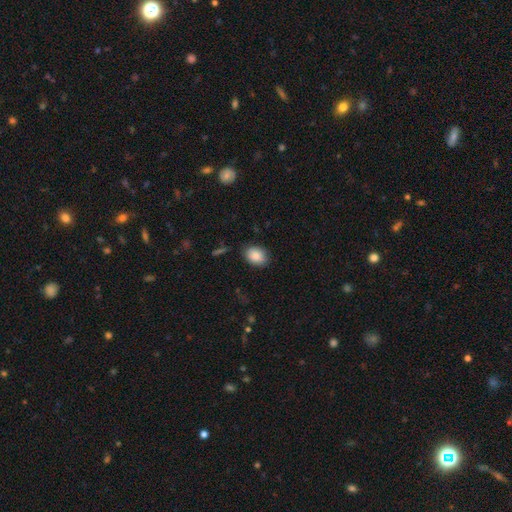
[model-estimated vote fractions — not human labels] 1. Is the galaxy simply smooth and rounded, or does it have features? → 86% smooth, 7% star or artifact, 6% featured or disk.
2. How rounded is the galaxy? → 74% in between, 25% round, 1% cigar-shaped.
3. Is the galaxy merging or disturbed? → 83% none, 13% minor disturbance, 3% major disturbance, 1% merger.